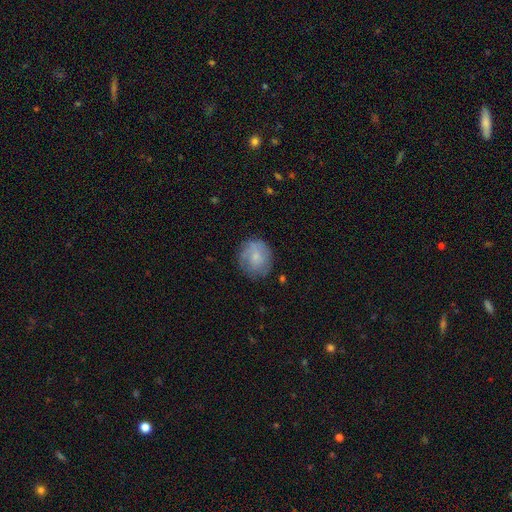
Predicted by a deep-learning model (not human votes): smooth-or-featured: smooth: 62% | featured or disk: 30% | star or artifact: 8%
  how-rounded: round: 82% | in between: 17% | cigar-shaped: 1%
  merging: none: 72% | minor disturbance: 20% | major disturbance: 7% | merger: 2%